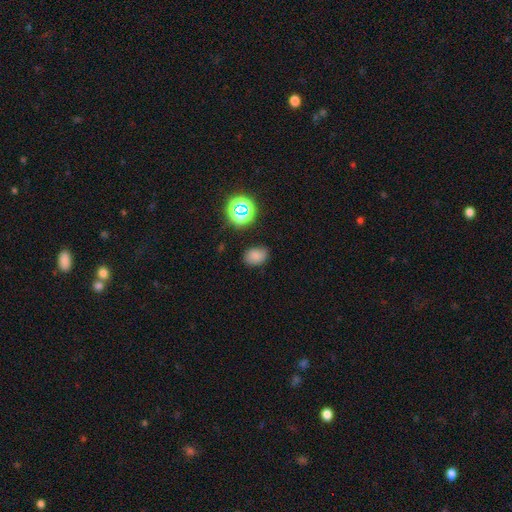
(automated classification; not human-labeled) The model was most divided on "how rounded": in between: 66%, round: 33%, cigar-shaped: 1%. More confident: merging — none (76%); smooth or featured — smooth (75%).